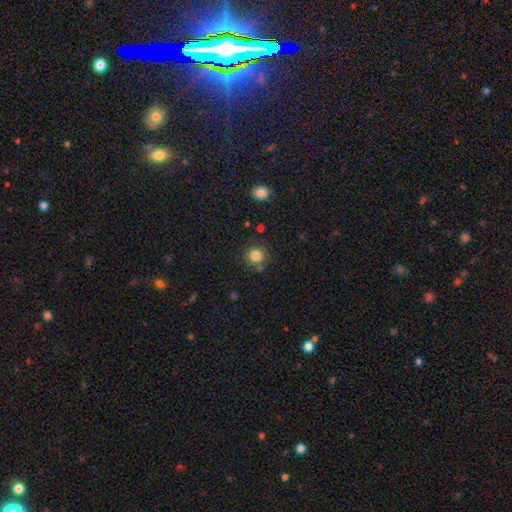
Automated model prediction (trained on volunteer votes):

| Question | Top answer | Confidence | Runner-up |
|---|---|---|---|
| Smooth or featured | smooth | 82% | star or artifact (12%) |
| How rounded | round | 92% | in between (7%) |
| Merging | none | 81% | minor disturbance (10%) |